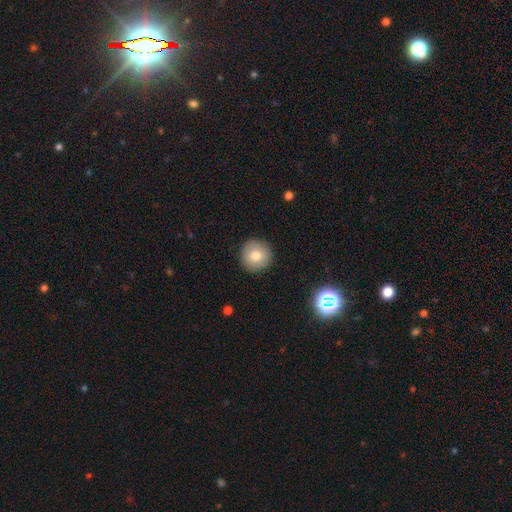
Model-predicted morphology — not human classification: smooth_or_featured: smooth (p=0.79) [alt: featured or disk p=0.12]
how_rounded: round (p=0.95) [alt: in between p=0.04]
merging: none (p=0.92) [alt: minor disturbance p=0.05]